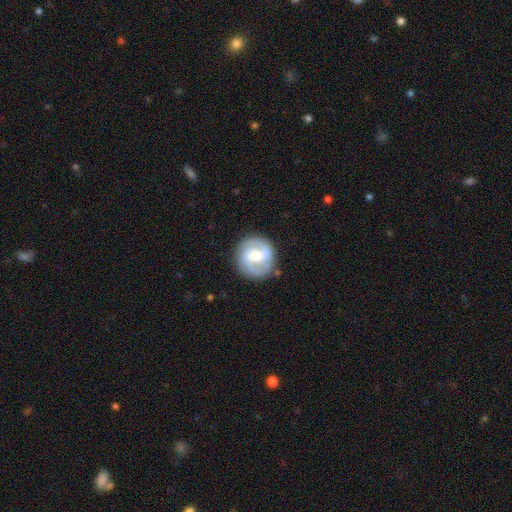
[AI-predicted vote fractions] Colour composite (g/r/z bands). It shows a featured or disk galaxy (78%) with a weak bar (50%), 2 (85%) medium (48%) spiral arms (92%) and a moderate central bulge (62%). Merging: none (85%).